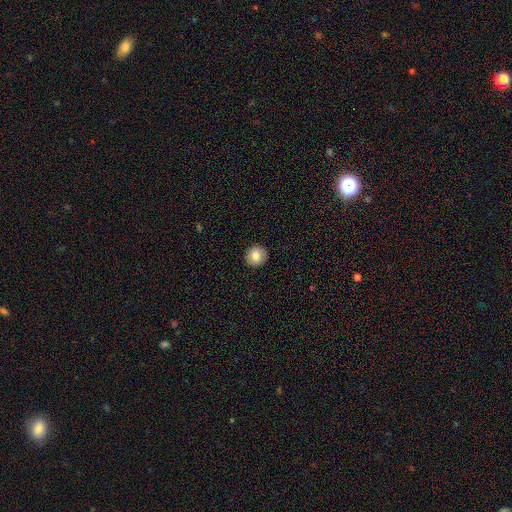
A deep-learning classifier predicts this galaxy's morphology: Overall: smooth (80%). How rounded: round (93%). Merging: none (92%).